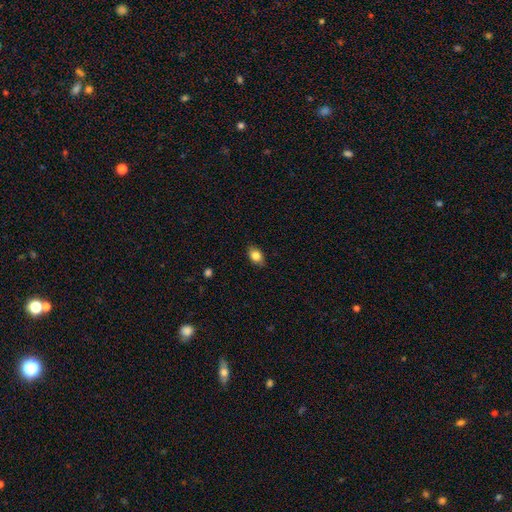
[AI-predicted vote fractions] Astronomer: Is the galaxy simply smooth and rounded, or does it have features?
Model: smooth — 83%.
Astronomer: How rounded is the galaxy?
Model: in between — 81%.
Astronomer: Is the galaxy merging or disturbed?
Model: none — 84%.